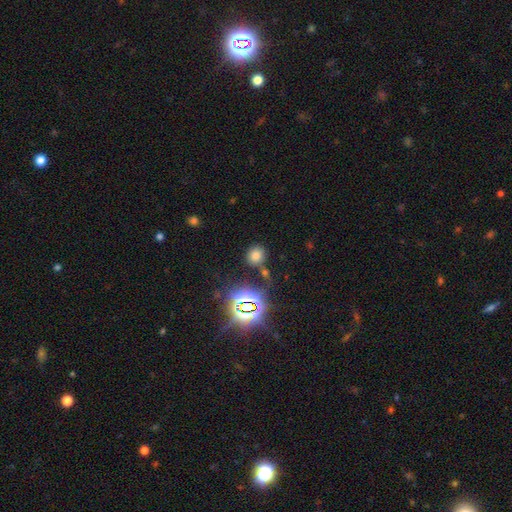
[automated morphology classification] Smooth or featured?
  - smooth: 67% *
  - star or artifact: 25%
  - featured or disk: 7%
How rounded?
  - round: 76% *
  - in between: 23%
  - cigar-shaped: 1%
Merging?
  - none: 77% *
  - minor disturbance: 10%
  - merger: 9%
  - major disturbance: 4%